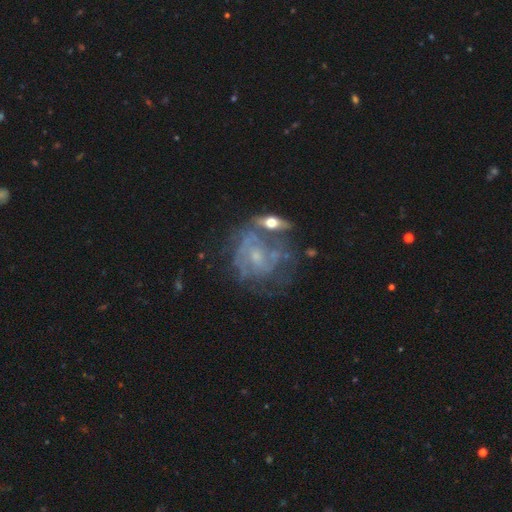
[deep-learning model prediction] featured or disk 74%, smooth 15%, star or artifact 11%. Down the decision tree: edge-on disk — no (97%); bar — no (69%); spiral arms — yes (64%); bulge size — small (62%); merging — none (38%).